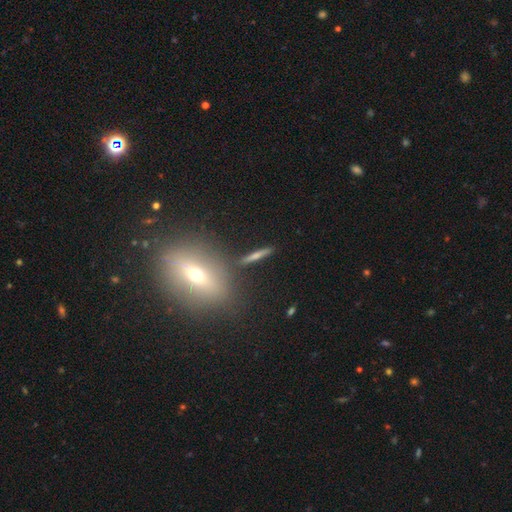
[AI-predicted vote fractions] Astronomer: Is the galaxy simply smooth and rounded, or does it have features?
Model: smooth — 57% (runner-up: featured or disk, 34%).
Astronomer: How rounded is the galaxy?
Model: cigar-shaped — 85%.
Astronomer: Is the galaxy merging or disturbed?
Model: none — 84%.